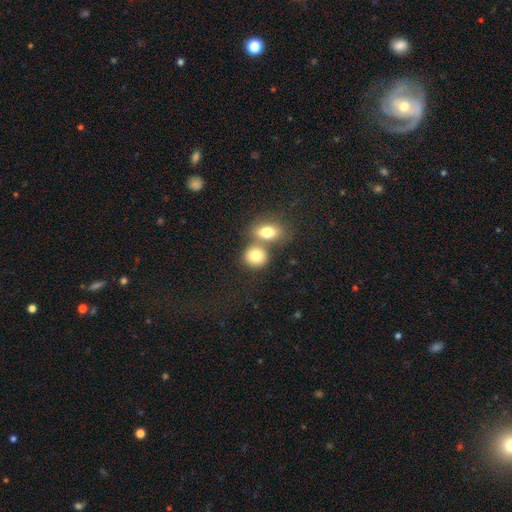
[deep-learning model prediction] This appears to be a smooth galaxy with no disk features (79%) that is round (66%). Merging: none (44%).